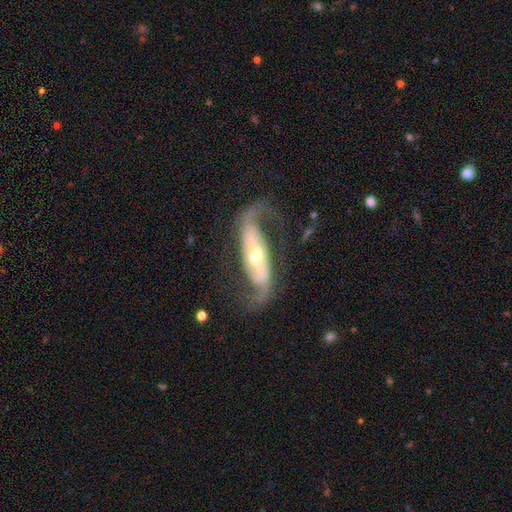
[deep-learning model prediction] smooth-or-featured: featured or disk: 89% | smooth: 6% | star or artifact: 4%
  disk-edge-on: no: 92% | yes: 8%
    bar: strong: 49% | weak: 29% | no: 22%
    has-spiral-arms: yes: 97% | no: 3%
      spiral-winding: loose: 58% | medium: 33% | tight: 9%
      spiral-arm-count: 2: 92% | 1: 3% | can't tell: 2% | 3: 1% | 4: 1% | more than 4: 1%
    bulge-size: moderate: 55% | small: 37% | large: 6% | dominant: 1% | none: 1%
  merging: none: 71% | minor disturbance: 14% | major disturbance: 13% | merger: 2%